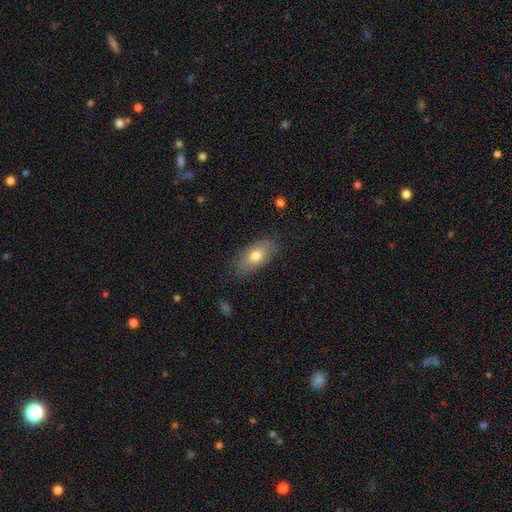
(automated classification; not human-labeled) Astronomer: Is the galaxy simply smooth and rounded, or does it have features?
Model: smooth — 75%.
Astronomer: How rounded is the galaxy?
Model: in between — 90%.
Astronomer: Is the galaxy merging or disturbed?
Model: none — 80%.